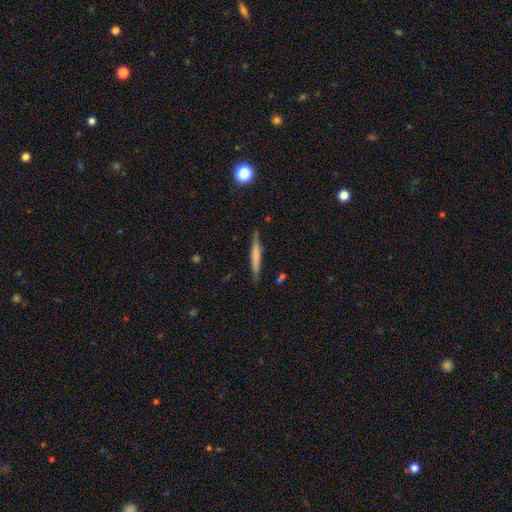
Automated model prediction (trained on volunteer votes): This is possibly a smooth galaxy (56%). How rounded: clearly cigar-shaped (94%). Merging: clearly none (84%).